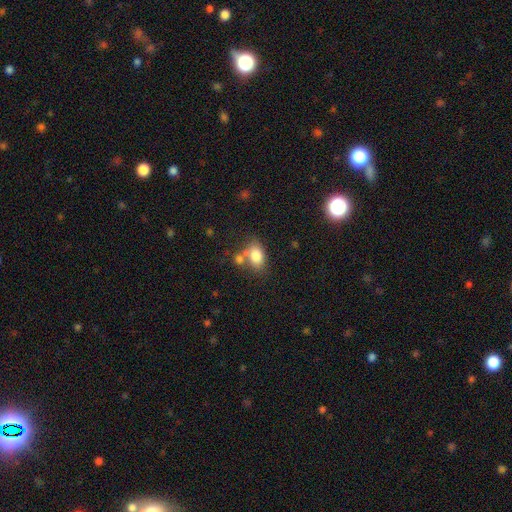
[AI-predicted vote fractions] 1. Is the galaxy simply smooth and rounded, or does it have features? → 80% smooth, 11% featured or disk, 9% star or artifact.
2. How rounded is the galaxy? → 79% in between, 19% round, 2% cigar-shaped.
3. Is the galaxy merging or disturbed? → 49% none, 29% merger, 16% minor disturbance, 6% major disturbance.